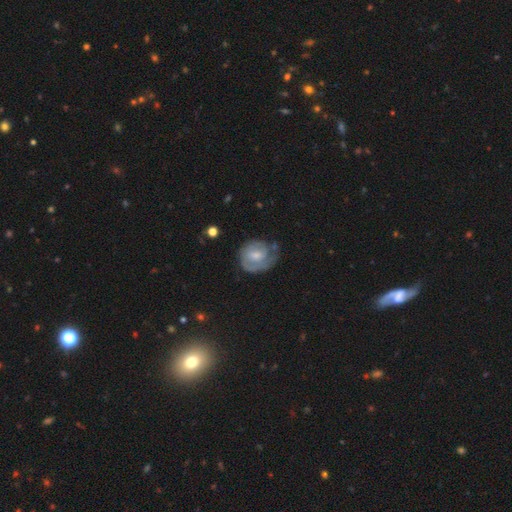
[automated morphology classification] Smooth or featured?
  - featured or disk: 63% *
  - smooth: 31%
  - star or artifact: 6%
Edge-on disk?
  - no: 97% *
  - yes: 3%
Bar?
  - no: 50% *
  - weak: 43%
  - strong: 8%
Spiral arms?
  - yes: 83% *
  - no: 17%
Spiral winding?
  - tight: 61% *
  - medium: 28%
  - loose: 11%
Spiral arm count?
  - 1: 39% *
  - 2: 30%
  - can't tell: 24%
  - 3: 4%
  - 4: 2%
  - more than 4: 2%
Bulge size?
  - moderate: 43% *
  - small: 42%
  - none: 8%
  - large: 6%
  - dominant: 1%
Merging?
  - none: 57% *
  - minor disturbance: 25%
  - major disturbance: 15%
  - merger: 2%